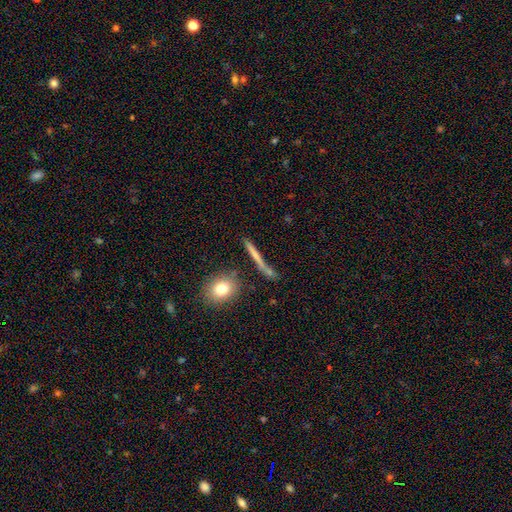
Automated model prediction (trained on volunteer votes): smooth-or-featured: smooth: 58% | featured or disk: 32% | star or artifact: 10%
  how-rounded: cigar-shaped: 86% | in between: 7% | round: 6%
  merging: none: 76% | minor disturbance: 12% | merger: 8% | major disturbance: 5%